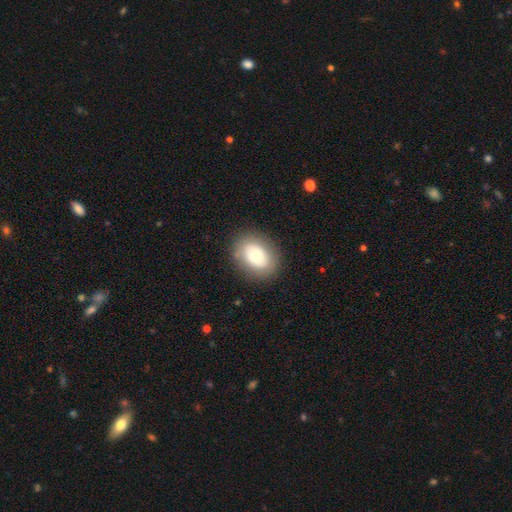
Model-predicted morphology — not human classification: A smooth galaxy with no disk features (69%) that is in between round and cigar-shaped (65%). Merging: none (84%).